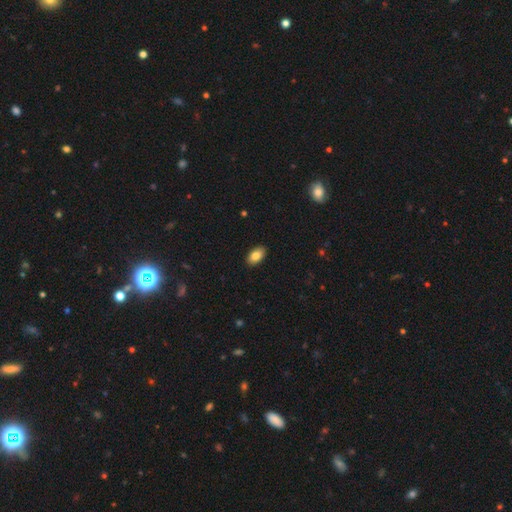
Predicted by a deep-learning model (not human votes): A smooth galaxy with no disk features (85%) that is in between round and cigar-shaped (93%).

Vote fractions:
- Smooth or featured? smooth: 85% / featured or disk: 8% / star or artifact: 7%
- How rounded? in between: 93% / round: 5% / cigar-shaped: 2%
- Merging? none: 90% / minor disturbance: 7% / major disturbance: 2% / merger: 1%